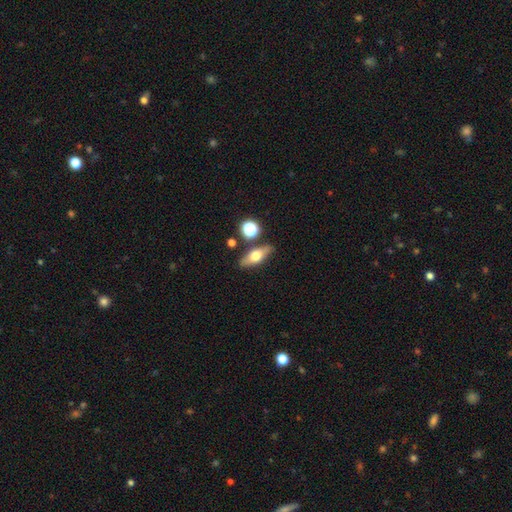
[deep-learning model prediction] This appears to be a smooth galaxy with no disk features (52%) that is in between round and cigar-shaped (60%). Merging: none (80%).